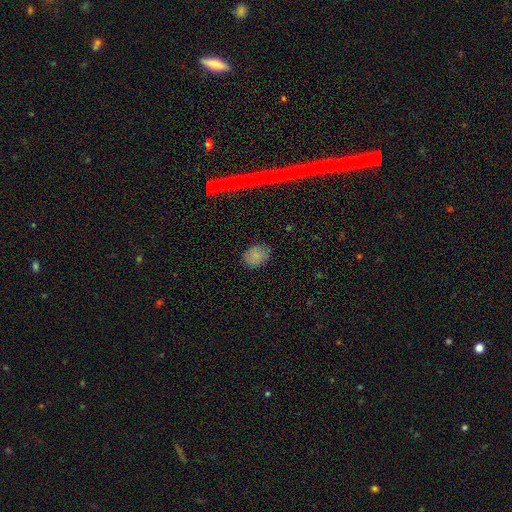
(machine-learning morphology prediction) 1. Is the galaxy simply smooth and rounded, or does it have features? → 83% smooth, 11% star or artifact, 6% featured or disk.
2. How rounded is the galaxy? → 59% in between, 40% round, 1% cigar-shaped.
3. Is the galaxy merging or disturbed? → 83% none, 13% minor disturbance, 3% major disturbance, 1% merger.